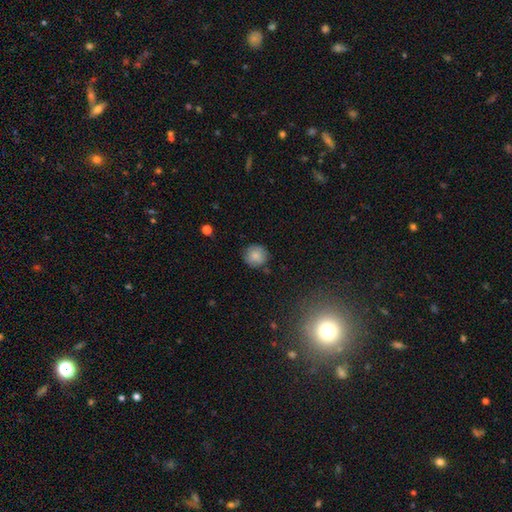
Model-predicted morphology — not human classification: This is clearly a smooth galaxy (83%). How rounded: clearly round (92%). Merging: clearly none (84%).